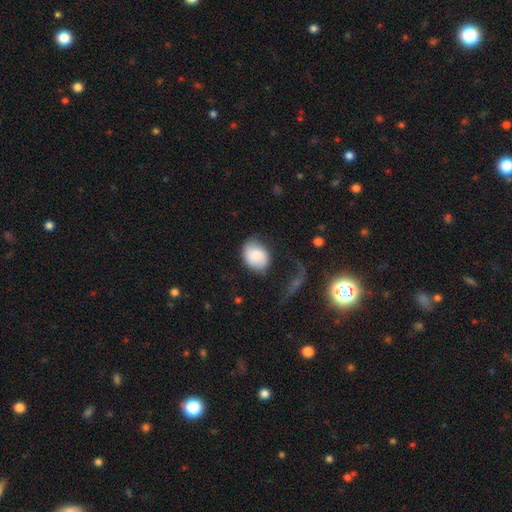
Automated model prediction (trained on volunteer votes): Q: Smooth or featured?
A: smooth (77%); runner-up: featured or disk (15%)
Q: How rounded?
A: in between (51%); runner-up: round (48%)
Q: Merging?
A: none (53%); runner-up: minor disturbance (26%)